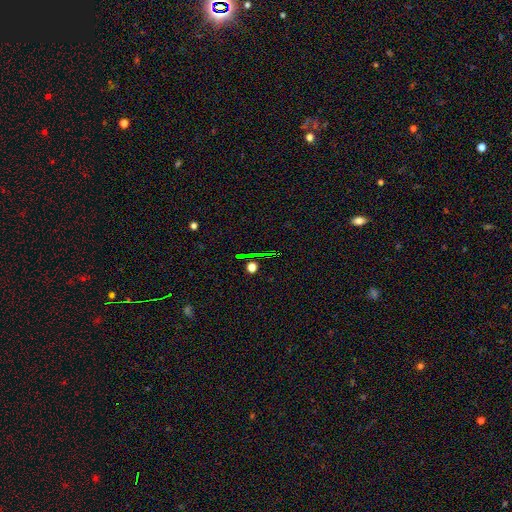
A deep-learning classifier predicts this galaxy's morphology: A star or artifact, not a galaxy (68%).

Vote fractions:
- Smooth or featured? star or artifact: 68% / smooth: 17% / featured or disk: 15%